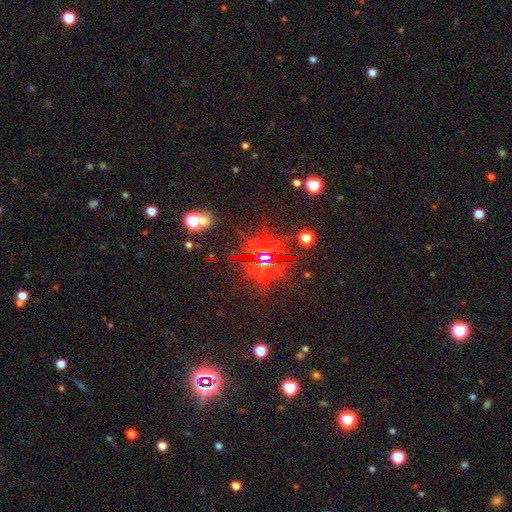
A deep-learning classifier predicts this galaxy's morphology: star or artifact 81%, smooth 10%, featured or disk 9%.